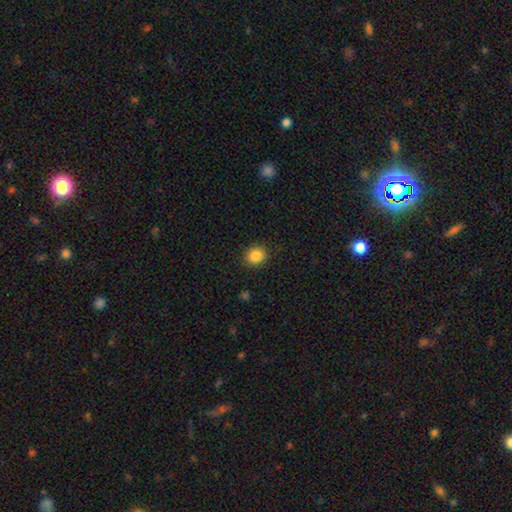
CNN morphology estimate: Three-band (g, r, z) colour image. It shows a smooth galaxy with no disk features (86%) that is round (80%). Merging: none (90%).